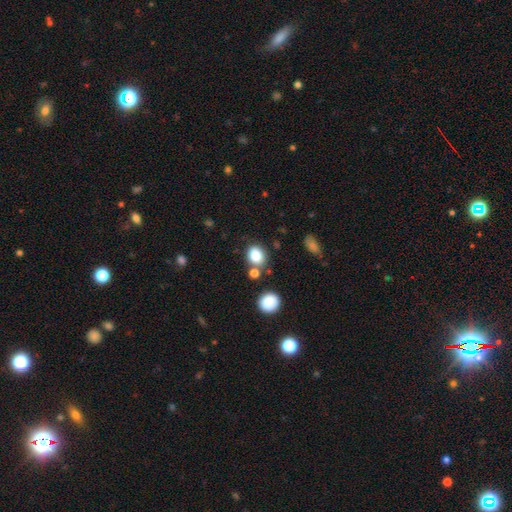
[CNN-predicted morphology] The model was most divided on "how rounded": in between: 53%, round: 46%, cigar-shaped: 1%. More confident: smooth or featured — smooth (84%); merging — none (69%).